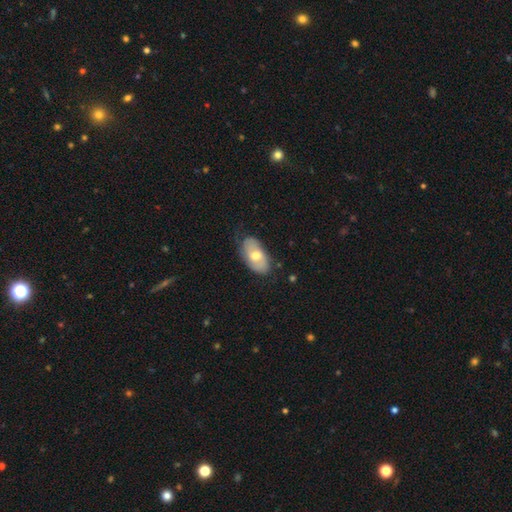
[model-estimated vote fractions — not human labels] smooth-or-featured: smooth: 60% | featured or disk: 34% | star or artifact: 6%
  how-rounded: in between: 93% | round: 5% | cigar-shaped: 2%
  merging: none: 69% | minor disturbance: 24% | major disturbance: 6% | merger: 1%